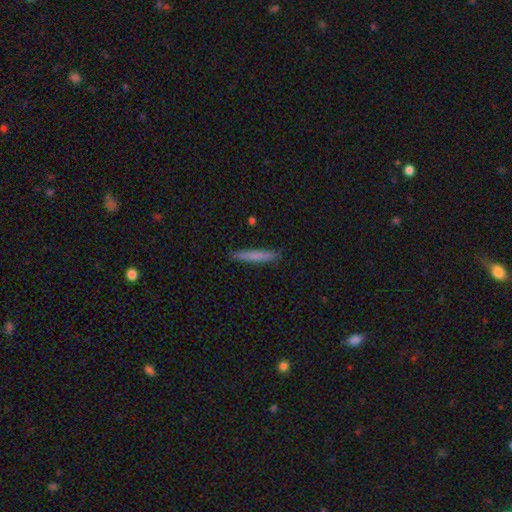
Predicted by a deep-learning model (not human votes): Smooth or featured: smooth — 75% (featured or disk — 19%)
How rounded: cigar-shaped — 95% (in between — 4%)
Merging: none — 89% (minor disturbance — 8%)